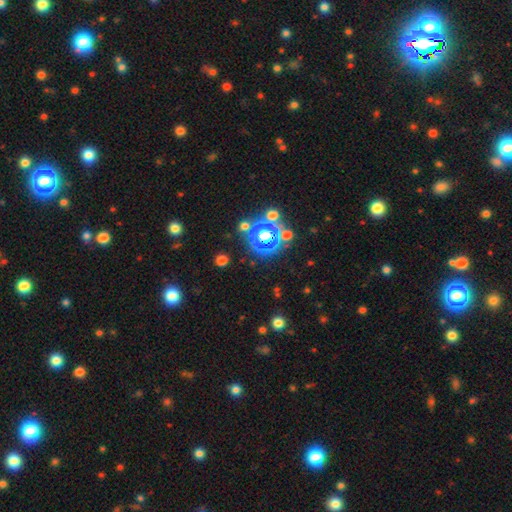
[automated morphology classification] Smooth or featured? Predicted: star or artifact (p=0.74).